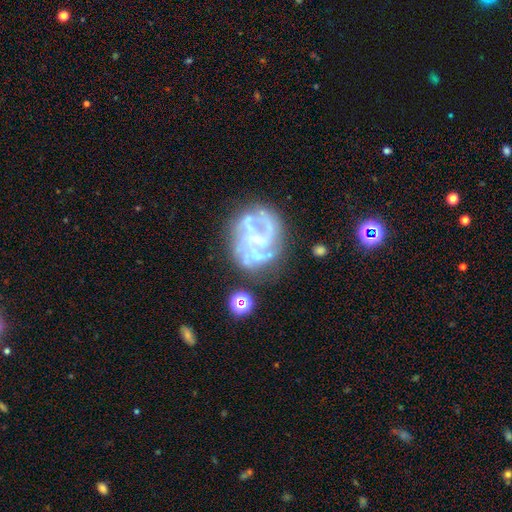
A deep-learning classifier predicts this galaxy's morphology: This is clearly a featured or disk galaxy (81%). It is clearly not viewed edge-on (98%). Bar: possibly no (50%). Spiral arm pattern: clearly yes (82%). Spiral arm count: marginally can't tell (29%). Spiral winding: possibly medium (45%). Central bulge: possibly small (55%). Merging: possibly none (52%).